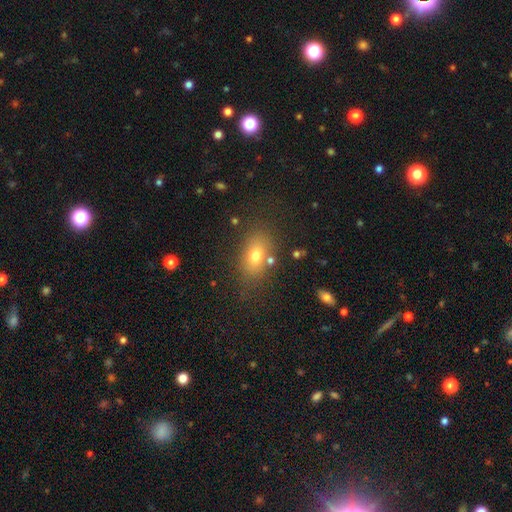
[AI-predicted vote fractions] Smooth or featured?
  - smooth: 72% *
  - featured or disk: 15%
  - star or artifact: 14%
How rounded?
  - in between: 79% *
  - round: 17%
  - cigar-shaped: 3%
Merging?
  - none: 75% *
  - minor disturbance: 13%
  - merger: 6%
  - major disturbance: 5%